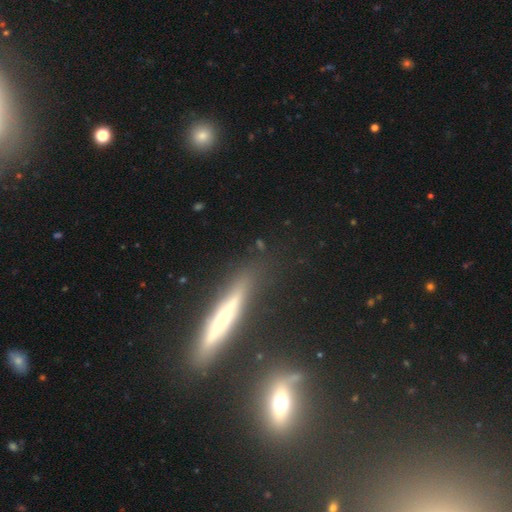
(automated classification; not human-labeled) This is possibly a featured or disk galaxy (58%). It is clearly viewed edge-on (87%). Edge-on bulge: possibly rounded (53%). Merging: likely none (79%).